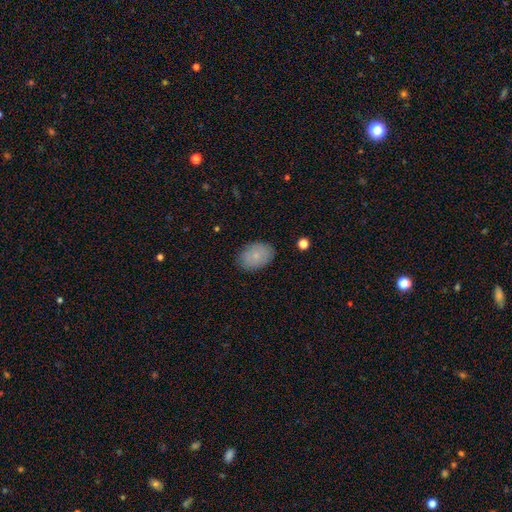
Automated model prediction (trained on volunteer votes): A smooth galaxy with no disk features (79%) that is in between round and cigar-shaped (82%).

Vote fractions:
- Smooth or featured? smooth: 79% / featured or disk: 14% / star or artifact: 7%
- How rounded? in between: 82% / round: 17% / cigar-shaped: 1%
- Merging? none: 84% / minor disturbance: 12% / major disturbance: 3% / merger: 1%